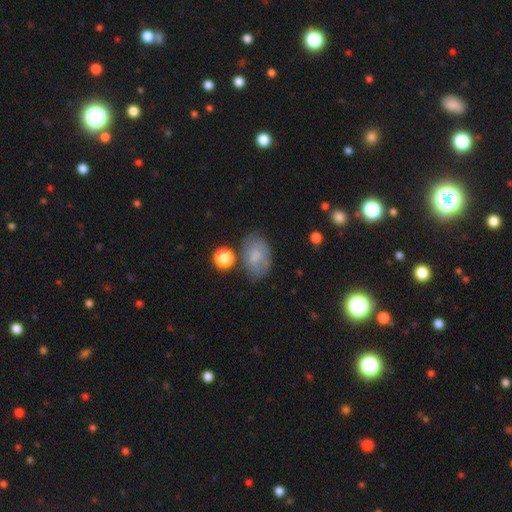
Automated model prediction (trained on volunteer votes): The model was most divided on "merging": none: 61%, minor disturbance: 24%, major disturbance: 8%, merger: 7%. More confident: how rounded — in between (88%); smooth or featured — smooth (66%).